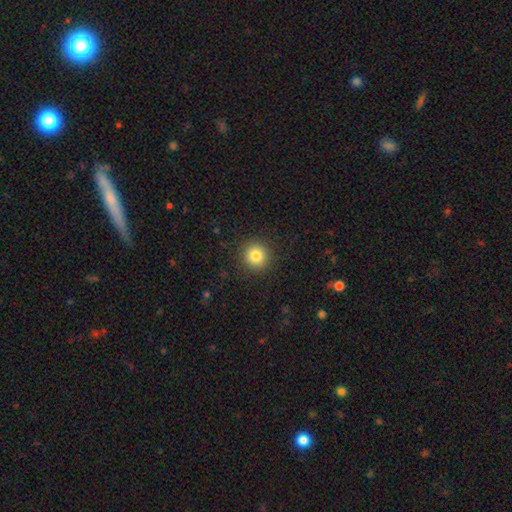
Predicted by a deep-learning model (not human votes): smooth 83%, star or artifact 11%, featured or disk 6%. Down the decision tree: how rounded — round (94%); merging — none (91%).